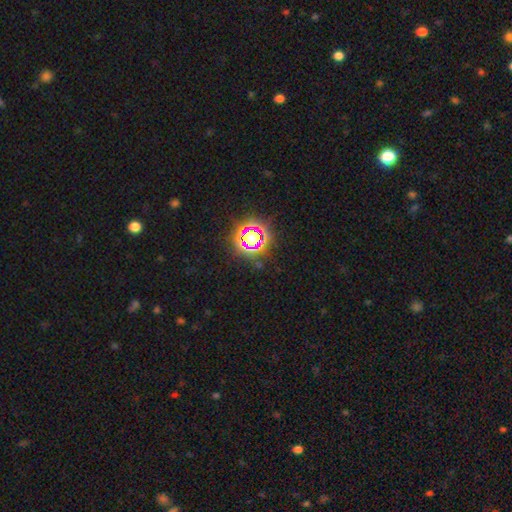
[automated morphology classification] This is likely a star or artifact rather than a galaxy (77%).